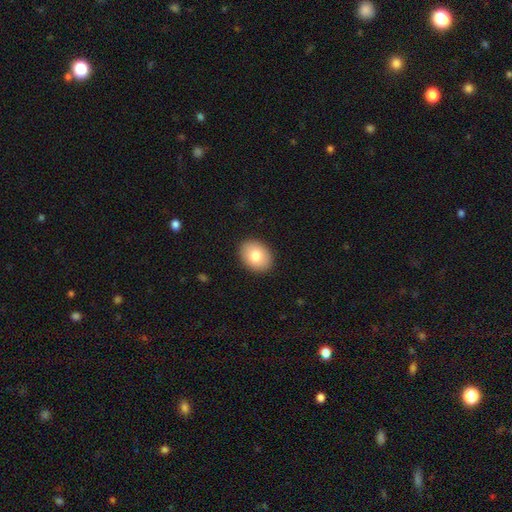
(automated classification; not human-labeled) Overall: smooth (81%). How rounded: in between (65%; round 34%). Merging: none (90%).